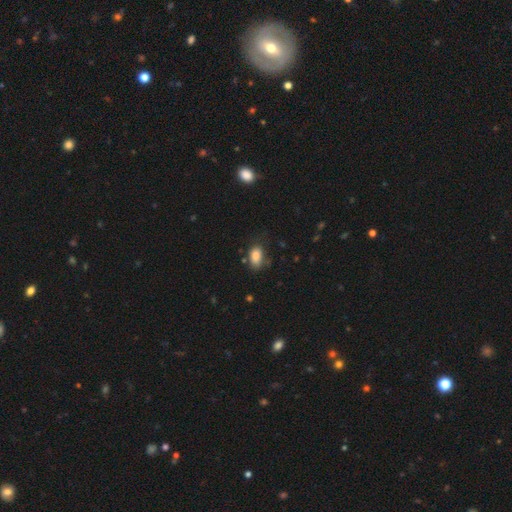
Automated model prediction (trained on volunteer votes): Smooth or featured: smooth — 85% (star or artifact — 9%)
How rounded: in between — 89% (round — 9%)
Merging: none — 64% (minor disturbance — 25%)